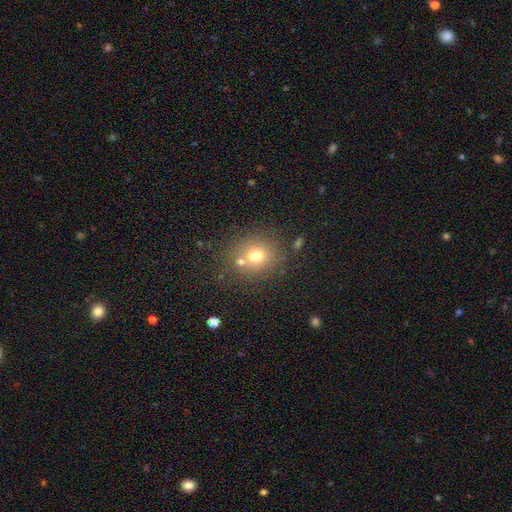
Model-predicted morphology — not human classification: smooth_or_featured: smooth (p=0.70) [alt: star or artifact p=0.16]
how_rounded: round (p=0.80) [alt: in between p=0.19]
merging: none (p=0.67) [alt: merger p=0.18]